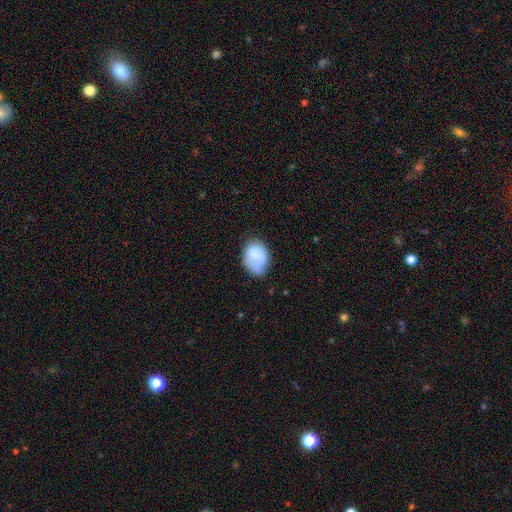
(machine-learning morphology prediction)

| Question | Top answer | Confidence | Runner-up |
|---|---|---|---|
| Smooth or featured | smooth | 75% | featured or disk (17%) |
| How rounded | in between | 74% | round (25%) |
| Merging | none | 48% | minor disturbance (36%) |